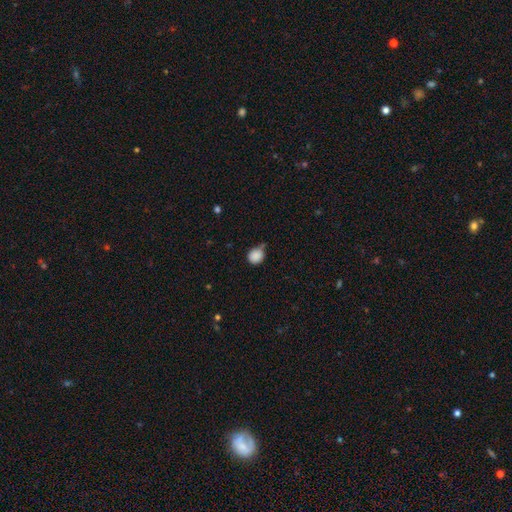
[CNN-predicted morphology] Smooth or featured?
  - smooth: 87% *
  - star or artifact: 9%
  - featured or disk: 3%
How rounded?
  - round: 78% *
  - in between: 21%
  - cigar-shaped: 1%
Merging?
  - none: 59% *
  - minor disturbance: 28%
  - merger: 8%
  - major disturbance: 5%